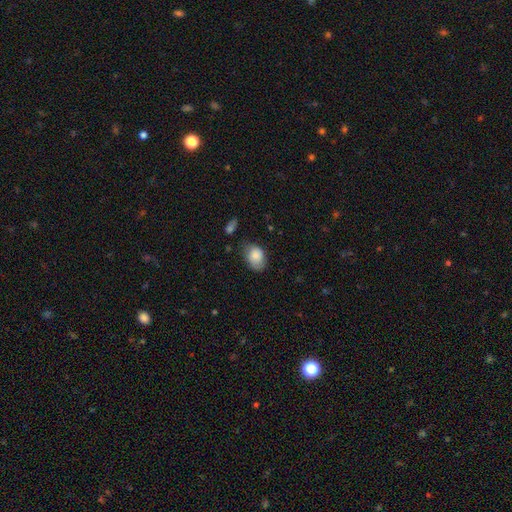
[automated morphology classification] Smooth or featured: smooth — 80% (featured or disk — 13%)
How rounded: in between — 77% (round — 22%)
Merging: none — 58% (minor disturbance — 31%)